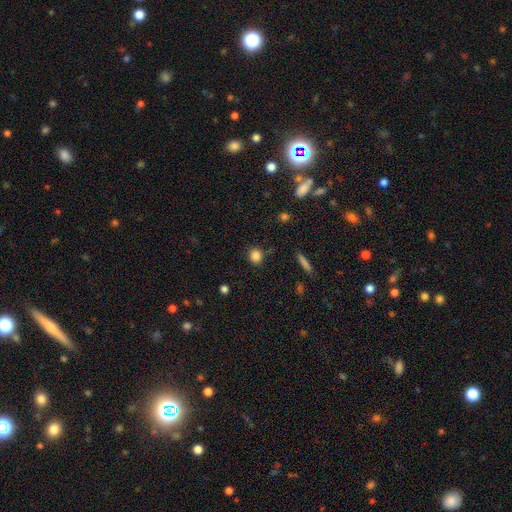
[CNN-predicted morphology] A smooth galaxy with no disk features (85%) that is round (82%). Merging: none (84%).